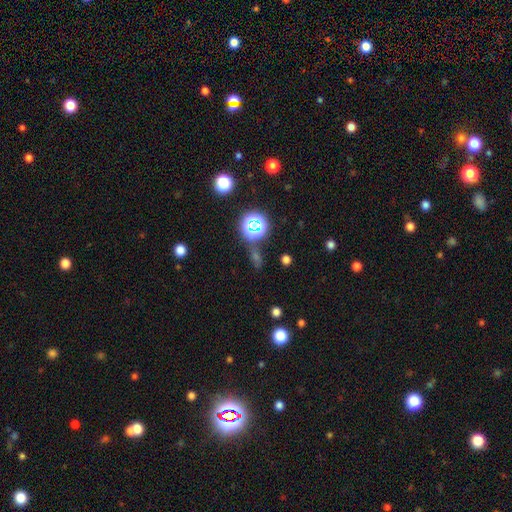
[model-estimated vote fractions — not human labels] This is likely a star or artifact rather than a galaxy (61%).